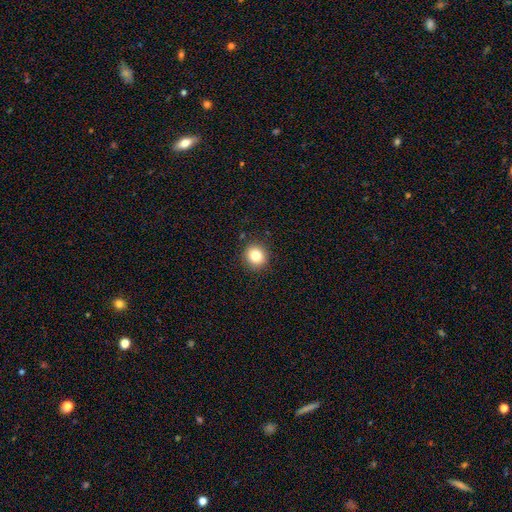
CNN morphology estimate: Q: Smooth or featured?
A: smooth (83%); runner-up: star or artifact (11%)
Q: How rounded?
A: round (84%); runner-up: in between (15%)
Q: Merging?
A: none (90%); runner-up: minor disturbance (7%)